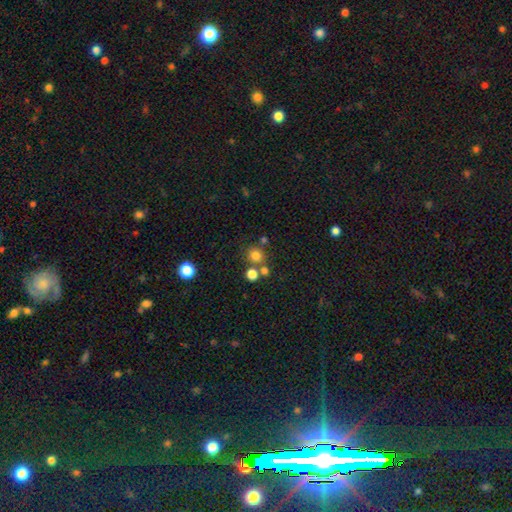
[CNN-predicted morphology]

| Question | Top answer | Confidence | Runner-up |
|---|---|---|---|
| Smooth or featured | smooth | 77% | star or artifact (16%) |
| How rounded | round | 87% | in between (12%) |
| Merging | none | 68% | merger (20%) |